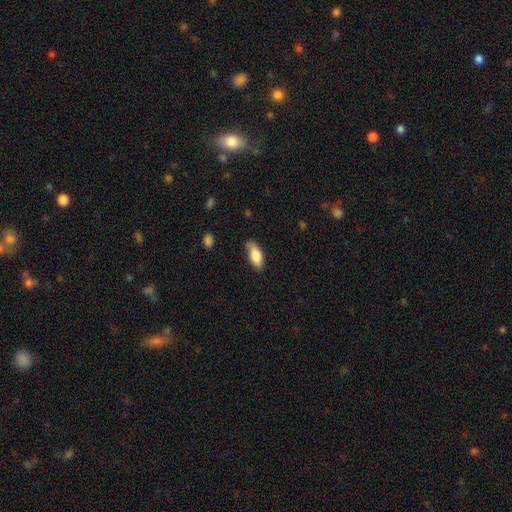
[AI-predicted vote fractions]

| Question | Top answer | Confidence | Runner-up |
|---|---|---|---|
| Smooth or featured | smooth | 76% | featured or disk (18%) |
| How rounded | in between | 84% | cigar-shaped (13%) |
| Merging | none | 67% | minor disturbance (25%) |